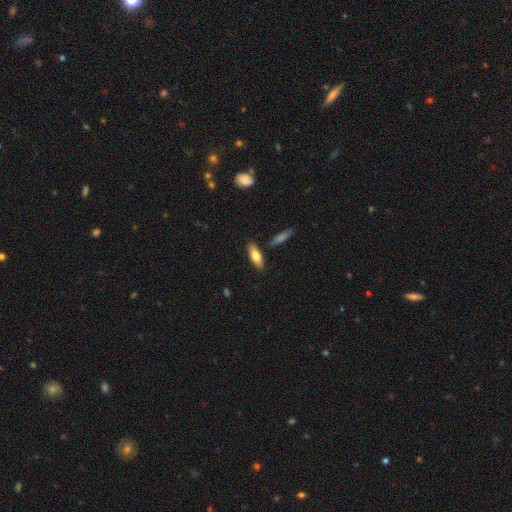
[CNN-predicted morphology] A smooth galaxy with no disk features (73%) that is in between round and cigar-shaped (64%).

Vote fractions:
- Smooth or featured? smooth: 73% / featured or disk: 22% / star or artifact: 6%
- How rounded? in between: 64% / cigar-shaped: 34% / round: 2%
- Merging? none: 83% / minor disturbance: 10% / merger: 5% / major disturbance: 2%